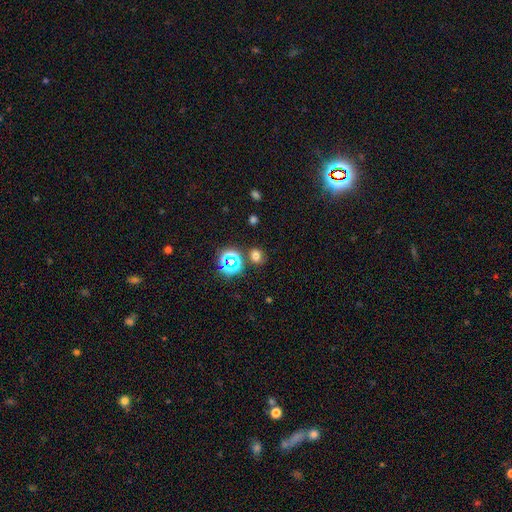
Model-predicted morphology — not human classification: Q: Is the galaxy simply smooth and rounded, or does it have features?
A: smooth — 64%.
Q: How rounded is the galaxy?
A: round — 69%.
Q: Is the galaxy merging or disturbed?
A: none — 79%.